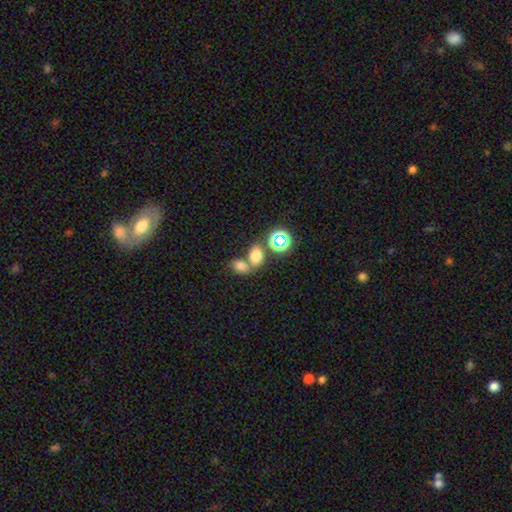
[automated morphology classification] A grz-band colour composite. It shows a smooth galaxy with no disk features (74%) that is in between round and cigar-shaped (75%). Merging: merger (48%).